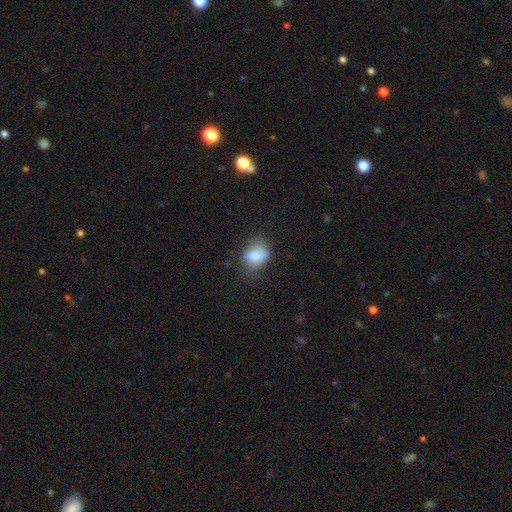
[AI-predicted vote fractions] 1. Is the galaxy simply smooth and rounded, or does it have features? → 80% smooth, 11% featured or disk, 9% star or artifact.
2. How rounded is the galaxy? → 64% in between, 35% round, 1% cigar-shaped.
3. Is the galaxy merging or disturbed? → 56% none, 30% minor disturbance, 11% major disturbance, 2% merger.